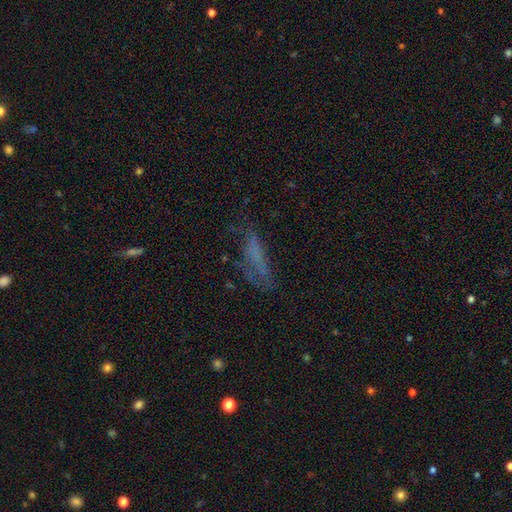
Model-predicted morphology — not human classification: smooth_or_featured: smooth (p=0.50) [alt: featured or disk p=0.32]
how_rounded: cigar-shaped (p=0.57) [alt: in between p=0.40]
merging: none (p=0.47) [alt: minor disturbance p=0.25]